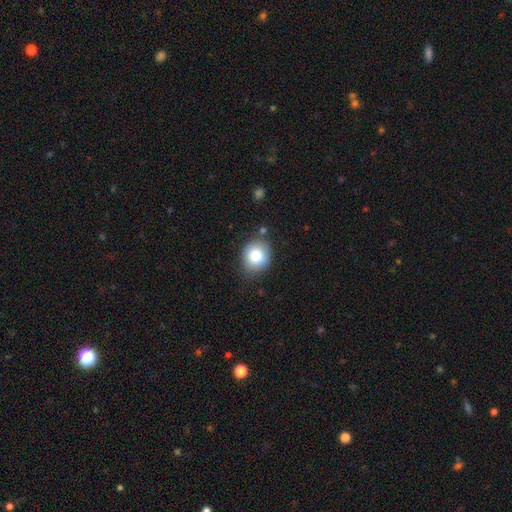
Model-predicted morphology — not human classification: smooth 82%, star or artifact 9%, featured or disk 9%. Down the decision tree: how rounded — round (71%); merging — none (77%).